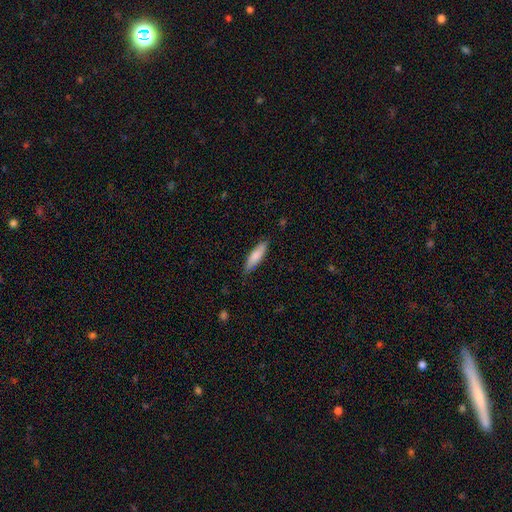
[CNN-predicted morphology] type=smooth (81%); roundness=cigar-shaped (66%); merging=none (84%).